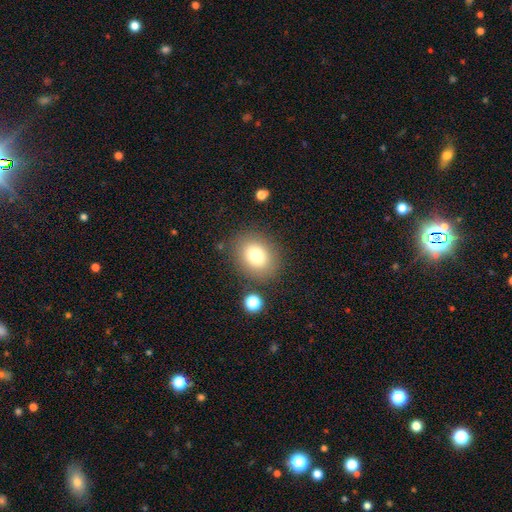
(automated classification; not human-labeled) Smooth or featured?
  - smooth: 77% *
  - star or artifact: 12%
  - featured or disk: 11%
How rounded?
  - round: 61% *
  - in between: 38%
  - cigar-shaped: 1%
Merging?
  - none: 82% *
  - minor disturbance: 10%
  - major disturbance: 4%
  - merger: 4%